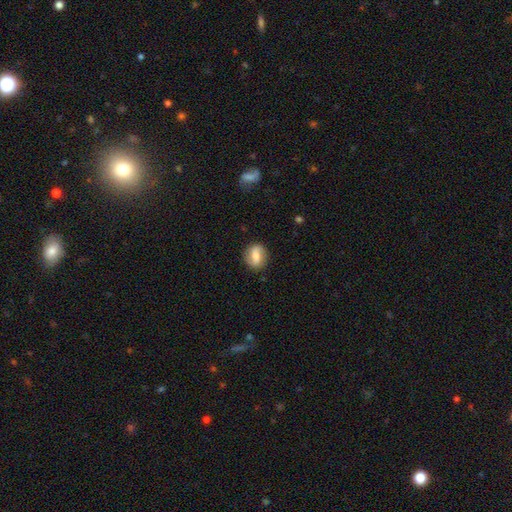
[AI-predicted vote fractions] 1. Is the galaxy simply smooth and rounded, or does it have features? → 48% featured or disk, 45% smooth, 7% star or artifact.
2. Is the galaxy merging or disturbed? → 84% none, 12% minor disturbance, 3% major disturbance, 1% merger.